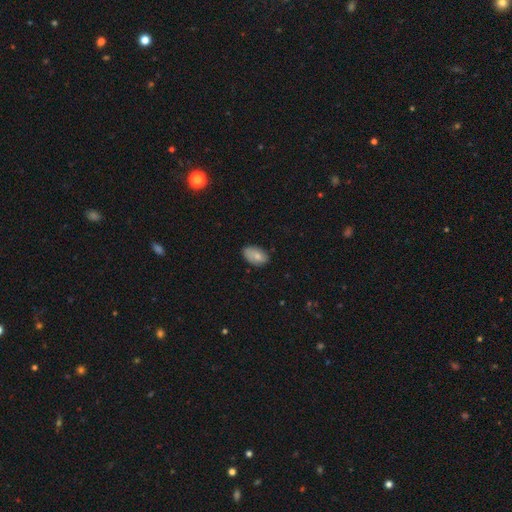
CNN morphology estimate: Smooth or featured?
  - smooth: 80% *
  - featured or disk: 13%
  - star or artifact: 7%
How rounded?
  - in between: 93% *
  - round: 6%
  - cigar-shaped: 2%
Merging?
  - none: 74% *
  - minor disturbance: 21%
  - major disturbance: 4%
  - merger: 1%